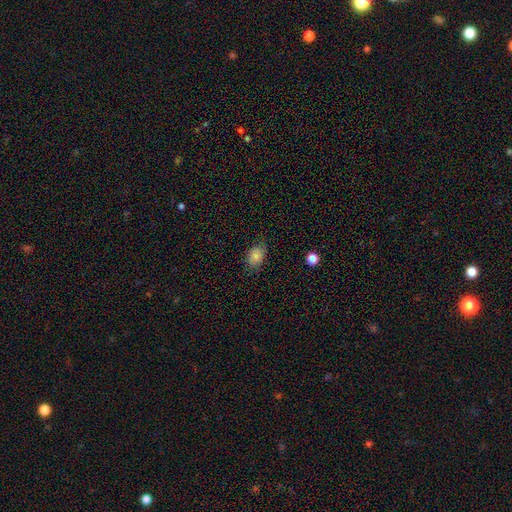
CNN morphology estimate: Overall: smooth (81%). How rounded: in between (70%). Merging: none (68%).